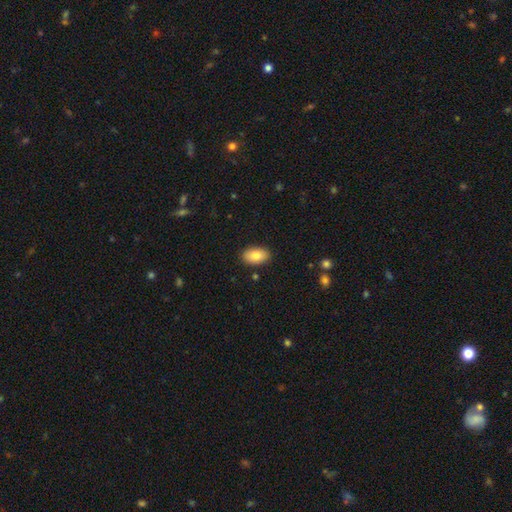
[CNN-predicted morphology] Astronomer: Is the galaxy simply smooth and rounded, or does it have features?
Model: smooth — 83%.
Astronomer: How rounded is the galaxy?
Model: in between — 92%.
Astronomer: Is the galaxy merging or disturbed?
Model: none — 88%.